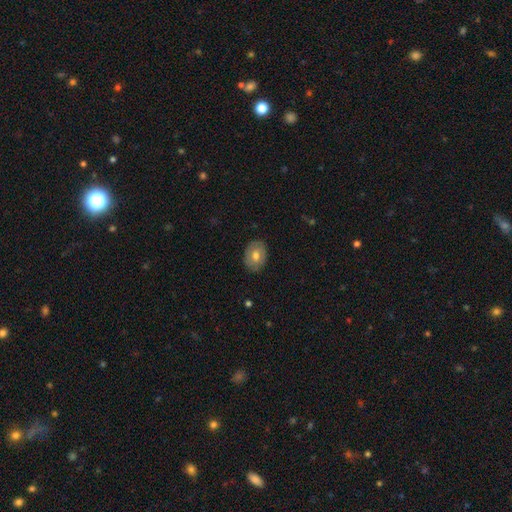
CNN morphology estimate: Smooth or featured?
  - smooth: 67% *
  - featured or disk: 26%
  - star or artifact: 7%
How rounded?
  - in between: 67% *
  - round: 32%
  - cigar-shaped: 1%
Merging?
  - none: 84% *
  - minor disturbance: 12%
  - major disturbance: 2%
  - merger: 1%